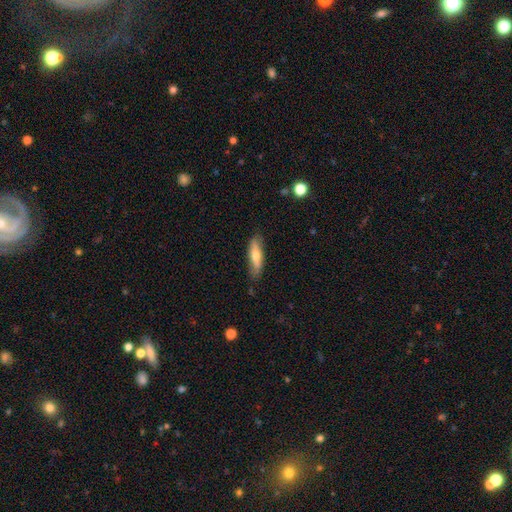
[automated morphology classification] The model was most divided on "smooth or featured": smooth: 56%, featured or disk: 38%, star or artifact: 6%. More confident: merging — none (82%); how rounded — cigar-shaped (65%).